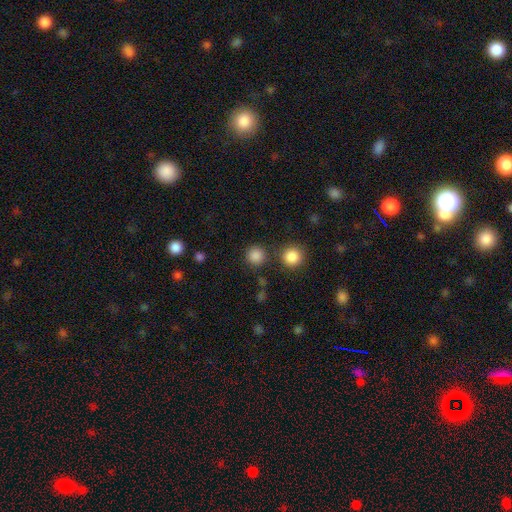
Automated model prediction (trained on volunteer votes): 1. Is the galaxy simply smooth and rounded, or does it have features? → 84% smooth, 12% star or artifact, 3% featured or disk.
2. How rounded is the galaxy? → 93% round, 6% in between, 1% cigar-shaped.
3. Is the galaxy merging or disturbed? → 81% none, 8% merger, 7% minor disturbance, 4% major disturbance.